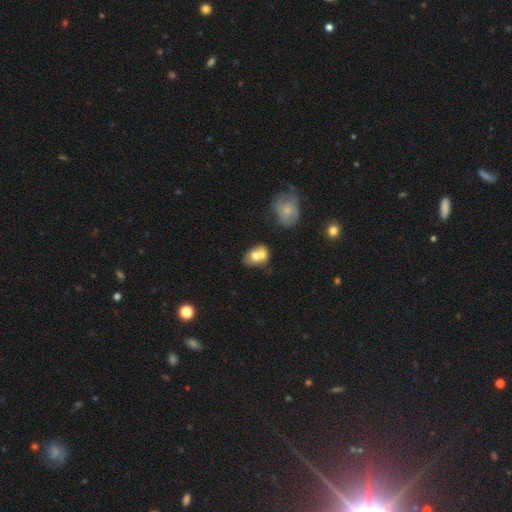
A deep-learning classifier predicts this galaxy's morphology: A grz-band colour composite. It shows a smooth galaxy with no disk features (66%) that is in between round and cigar-shaped (58%). Merging: merger (60%).